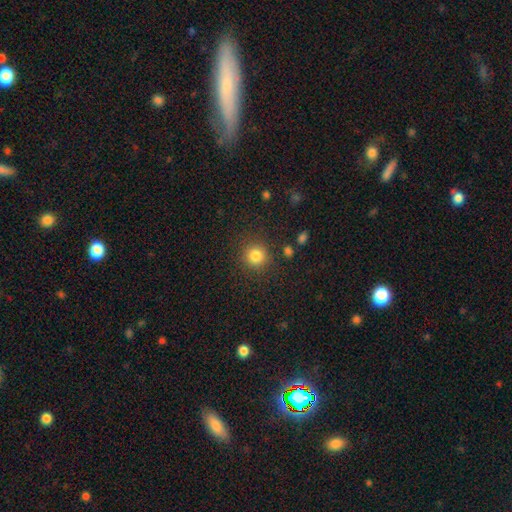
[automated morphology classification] This is clearly a smooth galaxy (83%). How rounded: clearly round (93%). Merging: clearly none (87%).